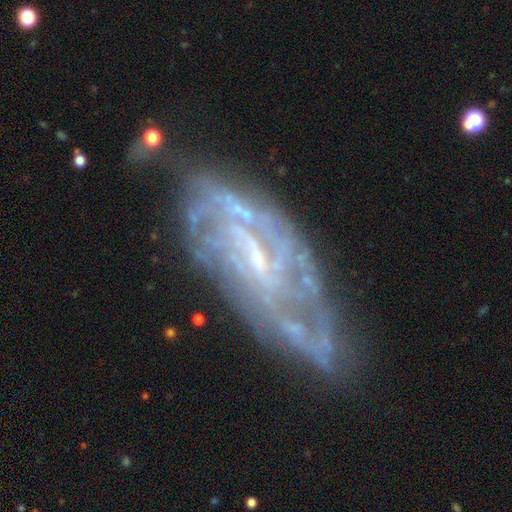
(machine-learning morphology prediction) Smooth or featured? featured or disk (83%)
Edge-on disk? no (90%)
Bar? weak (47%)
Spiral arms? yes (85%)
Spiral winding? tight (53%)
Spiral arm count? can't tell (49%)
Bulge size? small (60%)
Merging? none (65%)